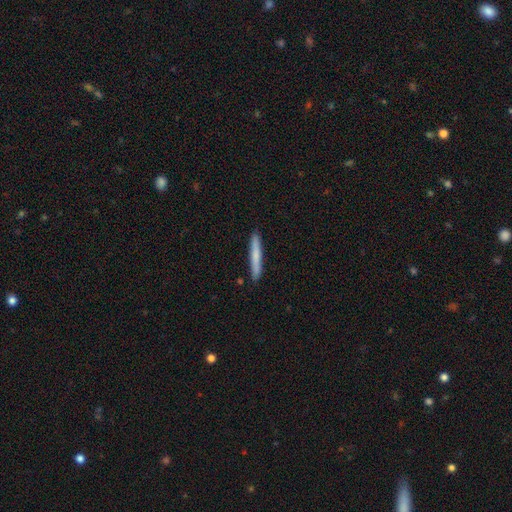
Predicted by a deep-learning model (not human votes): The model was most divided on "smooth or featured": smooth: 71%, featured or disk: 24%, star or artifact: 6%. More confident: how rounded — cigar-shaped (96%); merging — none (91%).